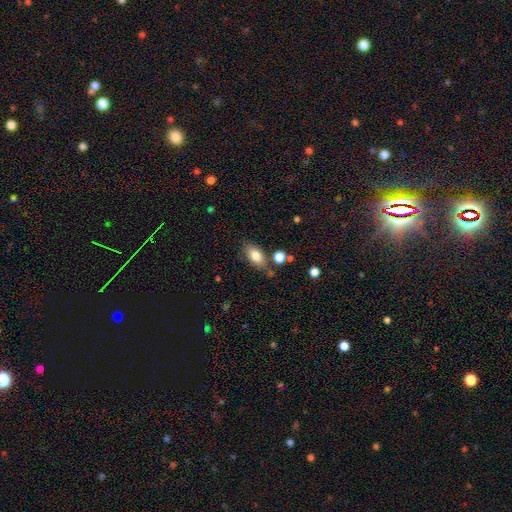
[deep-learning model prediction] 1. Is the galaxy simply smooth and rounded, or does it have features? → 81% smooth, 11% featured or disk, 8% star or artifact.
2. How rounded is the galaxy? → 87% in between, 7% cigar-shaped, 6% round.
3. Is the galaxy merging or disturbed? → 74% none, 15% minor disturbance, 7% merger, 4% major disturbance.